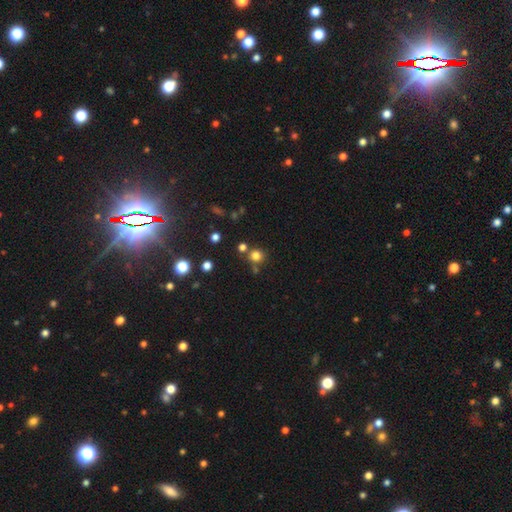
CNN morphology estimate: smooth_or_featured: smooth (p=0.78) [alt: star or artifact p=0.16]
how_rounded: round (p=0.90) [alt: in between p=0.09]
merging: none (p=0.75) [alt: merger p=0.13]